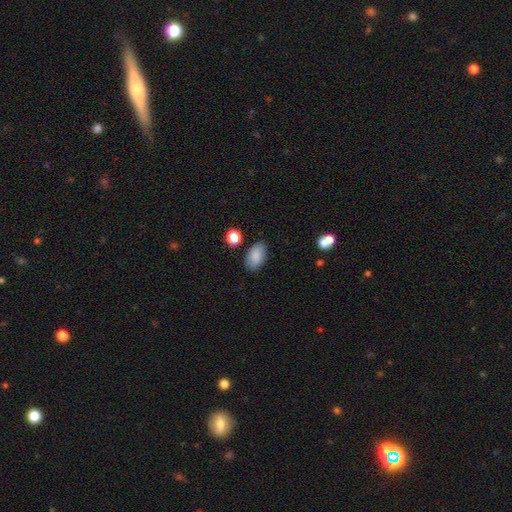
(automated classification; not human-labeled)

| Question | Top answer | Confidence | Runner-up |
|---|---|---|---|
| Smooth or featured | smooth | 87% | star or artifact (8%) |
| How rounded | in between | 93% | round (6%) |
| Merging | none | 81% | minor disturbance (13%) |